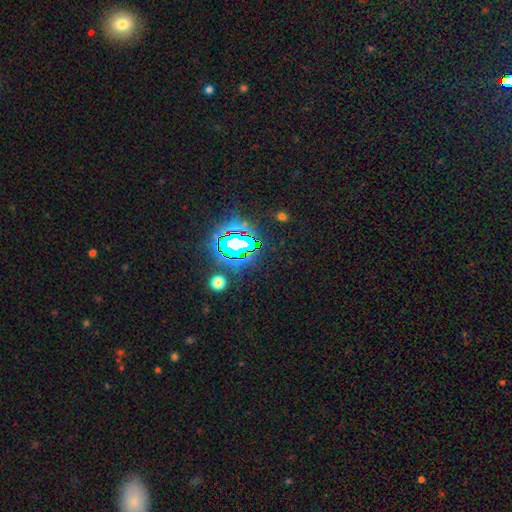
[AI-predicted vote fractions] Smooth or featured?
  - star or artifact: 83% *
  - smooth: 10%
  - featured or disk: 6%